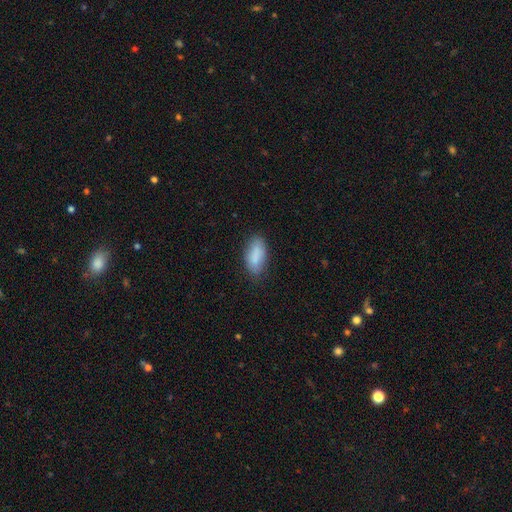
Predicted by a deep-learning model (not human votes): Overall: smooth (85%). How rounded: in between (87%). Merging: none (77%).